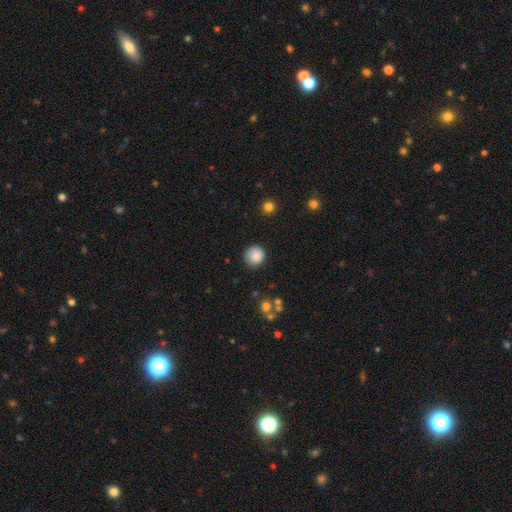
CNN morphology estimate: type=smooth (86%); roundness=round (94%); merging=none (86%).